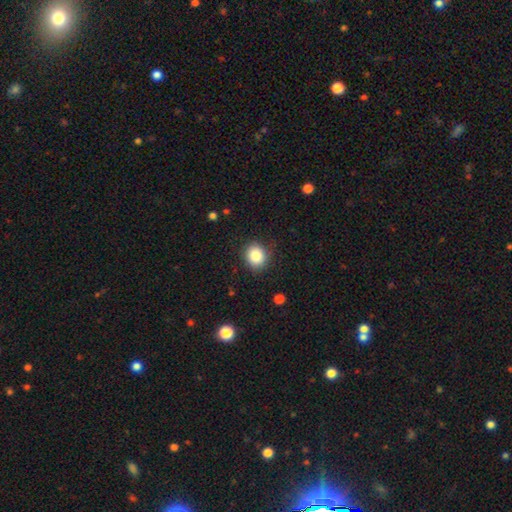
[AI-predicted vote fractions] smooth 84%, star or artifact 10%, featured or disk 6%. Down the decision tree: how rounded — round (72%); merging — none (87%).